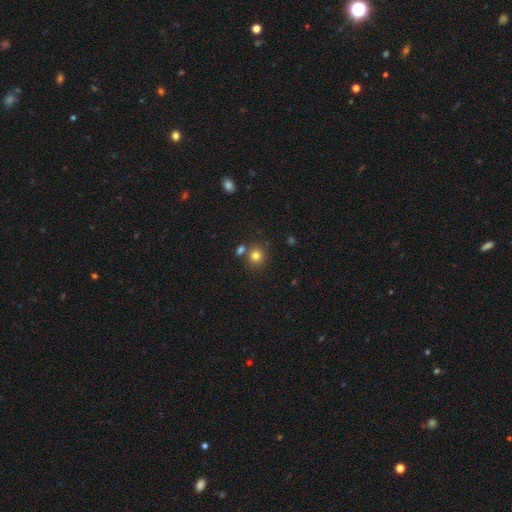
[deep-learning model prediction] Smooth or featured? Predicted: smooth (p=0.81). How rounded? Predicted: round (p=0.87). Merging? Predicted: none (p=0.73).